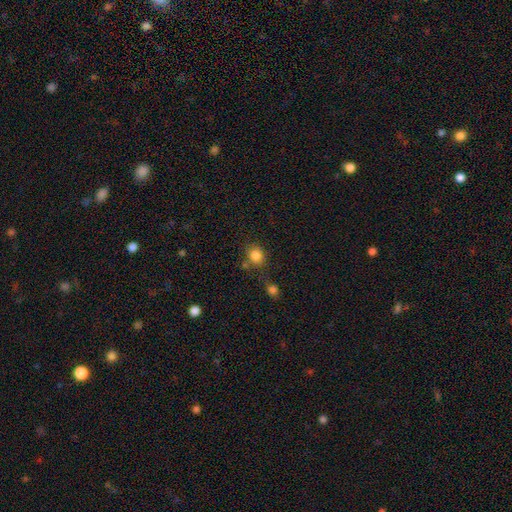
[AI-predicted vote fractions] Smooth or featured? smooth (84%)
How rounded? round (73%)
Merging? none (67%)